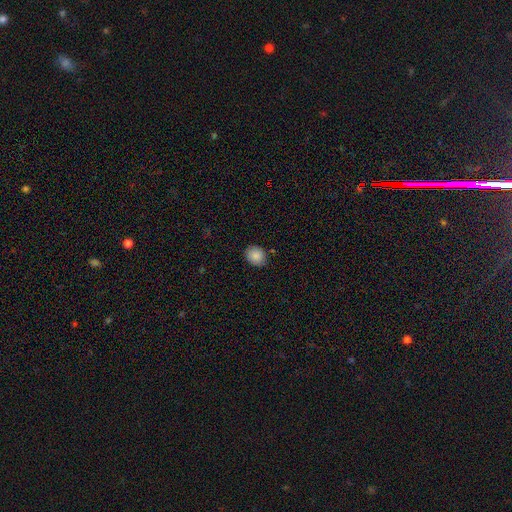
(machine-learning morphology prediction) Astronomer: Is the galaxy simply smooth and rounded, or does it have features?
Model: smooth — 87%.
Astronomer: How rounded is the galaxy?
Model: round — 63%.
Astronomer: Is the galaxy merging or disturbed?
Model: none — 86%.